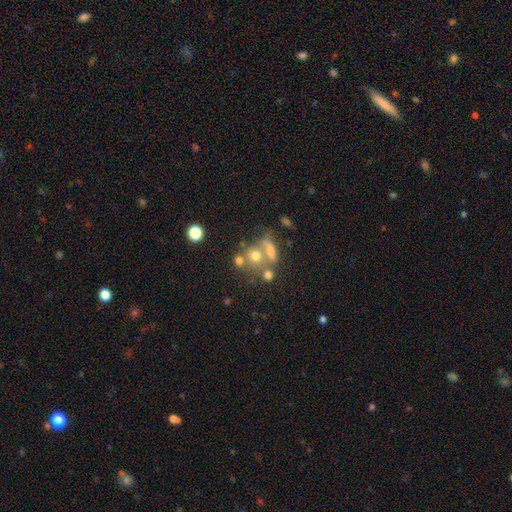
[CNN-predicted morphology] Smooth or featured? smooth (48%)
Merging? merger (43%)